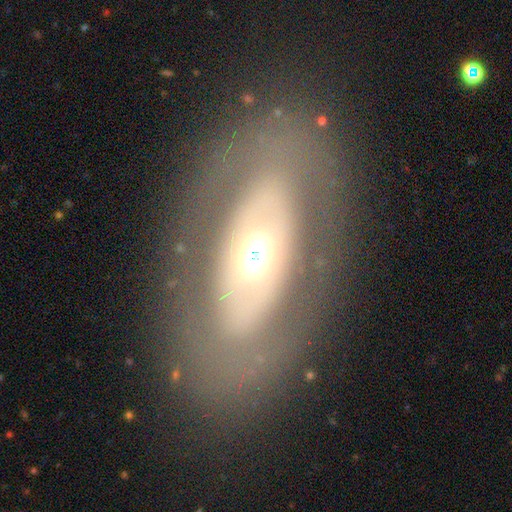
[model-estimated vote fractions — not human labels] Smooth or featured? featured or disk (59%)
Edge-on disk? no (86%)
Bar? no (81%)
Spiral arms? no (85%)
Bulge size? moderate (58%)
Merging? none (80%)